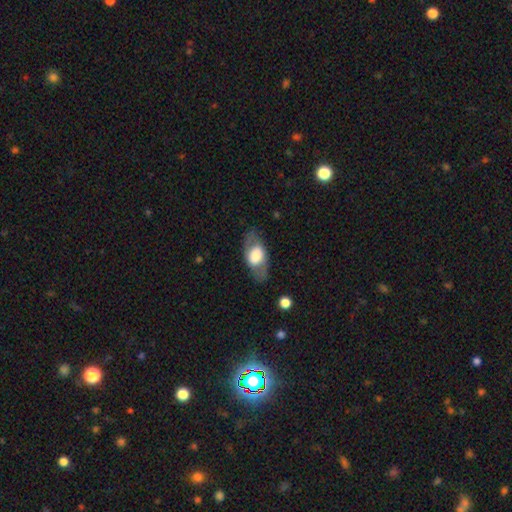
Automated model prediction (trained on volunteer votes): smooth_or_featured: smooth (p=0.49) [alt: featured or disk p=0.45]
merging: none (p=0.77) [alt: minor disturbance p=0.14]